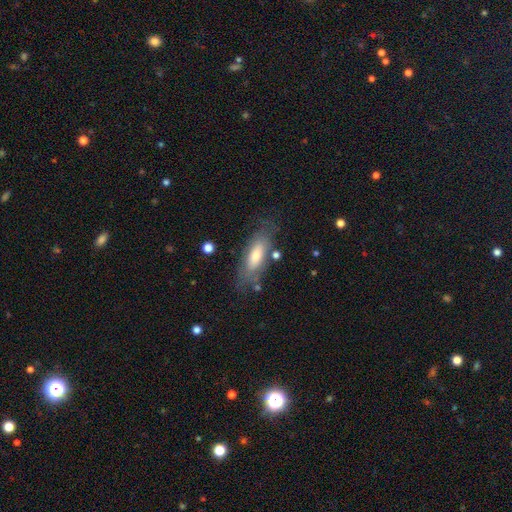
A featured or disk galaxy (57%) with no bar (60%), no spiral arms (67%) and a large central bulge (33%, tied with moderate).

Vote fractions:
- Smooth or featured? featured or disk: 57% / smooth: 43% / star or artifact: 0%
- Edge-on disk? no: 71% / yes: 29%
- Bar? no: 60% / weak: 33% / strong: 7%
- Spiral arms? no: 67% / yes: 33%
- Bulge size? large: 33% (tied) / moderate: 33% (tied) / small: 27% / none: 7% / dominant: 0%
- Merging? none: 73% / minor disturbance: 14% / major disturbance: 8% / merger: 5%